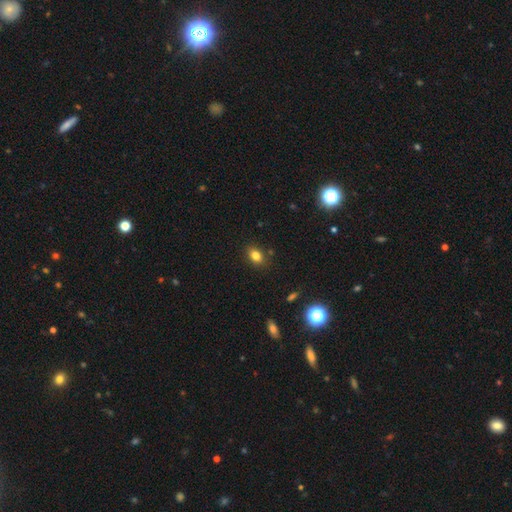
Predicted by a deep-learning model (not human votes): smooth-or-featured: smooth: 82% | star or artifact: 11% | featured or disk: 7%
  how-rounded: in between: 73% | round: 25% | cigar-shaped: 2%
  merging: none: 84% | minor disturbance: 11% | major disturbance: 3% | merger: 2%